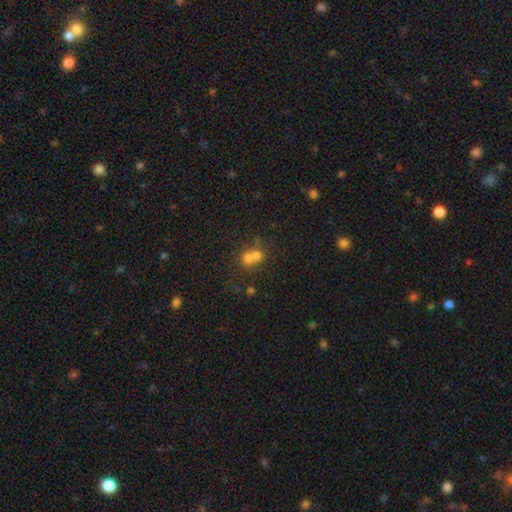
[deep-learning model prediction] This is likely a smooth galaxy (66%). How rounded: likely round (79%). Merging: likely merger (64%).